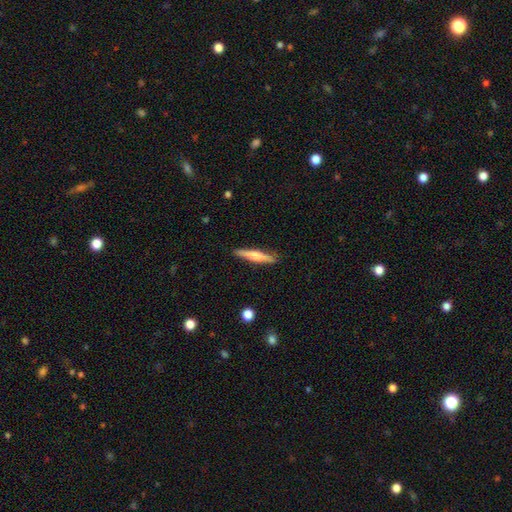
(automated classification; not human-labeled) Smooth or featured? Predicted: smooth (p=0.48). Merging? Predicted: none (p=0.88).